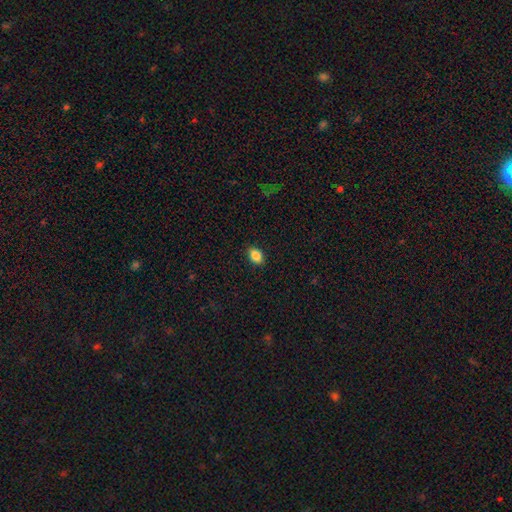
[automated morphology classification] Smooth or featured? smooth (86%)
How rounded? in between (84%)
Merging? none (89%)